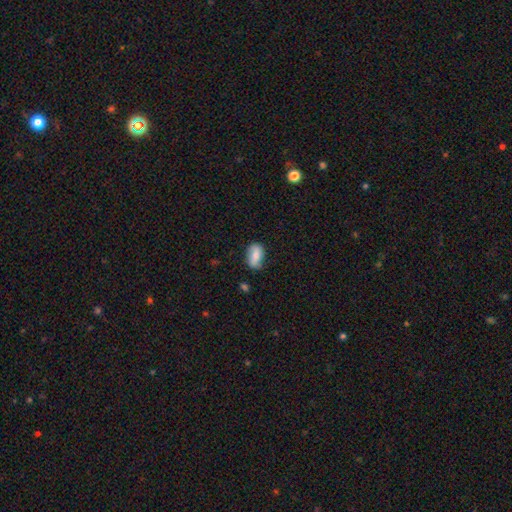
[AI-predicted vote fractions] Overall: smooth (74%). How rounded: in between (86%). Merging: none (68%).